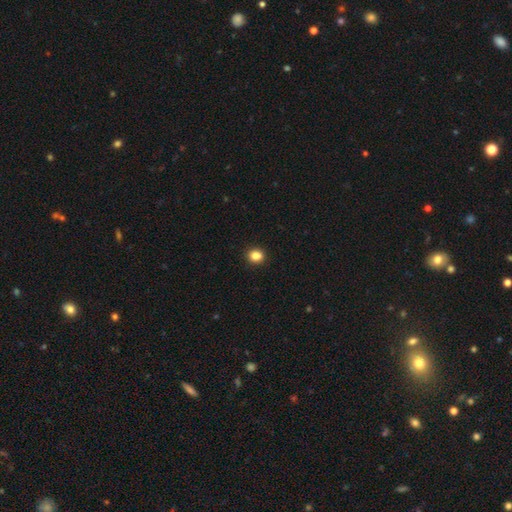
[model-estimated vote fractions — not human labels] smooth_or_featured: smooth (p=0.85) [alt: star or artifact p=0.11]
how_rounded: round (p=0.73) [alt: in between p=0.26]
merging: none (p=0.92) [alt: minor disturbance p=0.05]